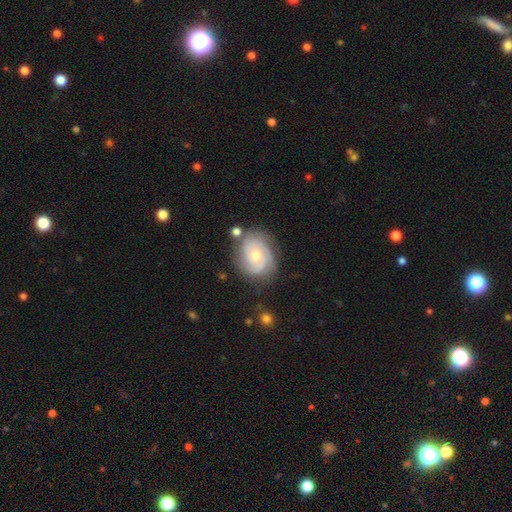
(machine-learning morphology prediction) Smooth or featured? featured or disk (75%)
Edge-on disk? no (97%)
Bar? no (73%)
Spiral arms? yes (92%)
Spiral winding? tight (60%)
Spiral arm count? 2 (32%)
Bulge size? moderate (50%)
Merging? none (68%)